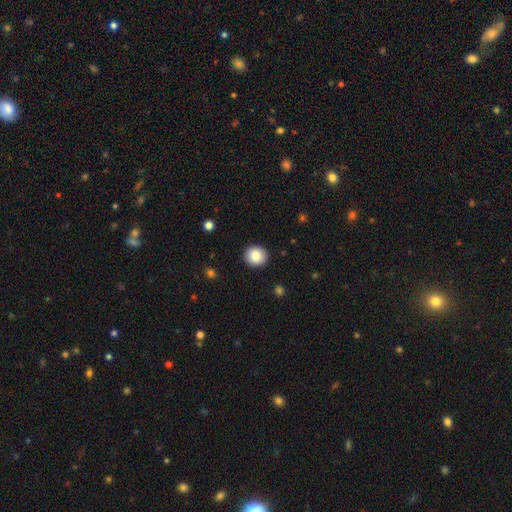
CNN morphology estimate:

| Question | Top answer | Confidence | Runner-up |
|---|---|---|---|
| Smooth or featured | smooth | 87% | star or artifact (8%) |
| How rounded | round | 83% | in between (16%) |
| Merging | none | 91% | minor disturbance (6%) |